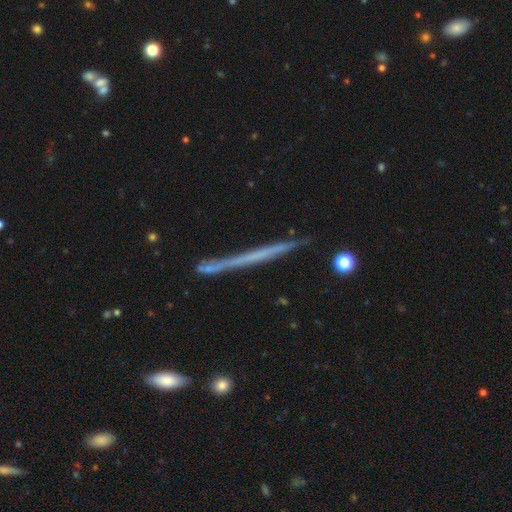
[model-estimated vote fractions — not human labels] Morphology: type=featured or disk (57%); edge-on=yes (97%); edge-on bulge=none (90%); merging=none (86%).